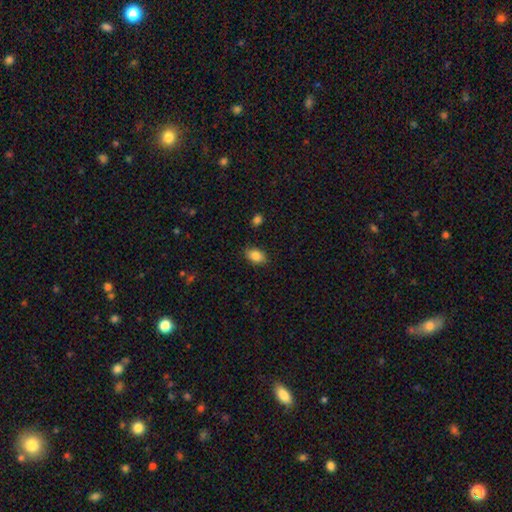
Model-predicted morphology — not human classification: A smooth galaxy with no disk features (86%) that is in between round and cigar-shaped (87%). Merging: none (85%).